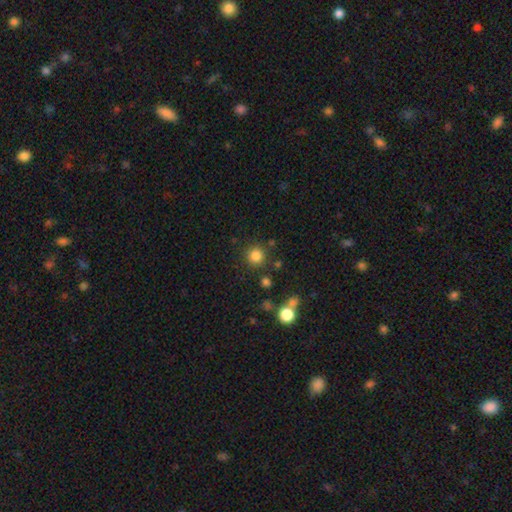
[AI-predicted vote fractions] smooth 83%, star or artifact 13%, featured or disk 4%. Down the decision tree: how rounded — round (93%); merging — none (85%).